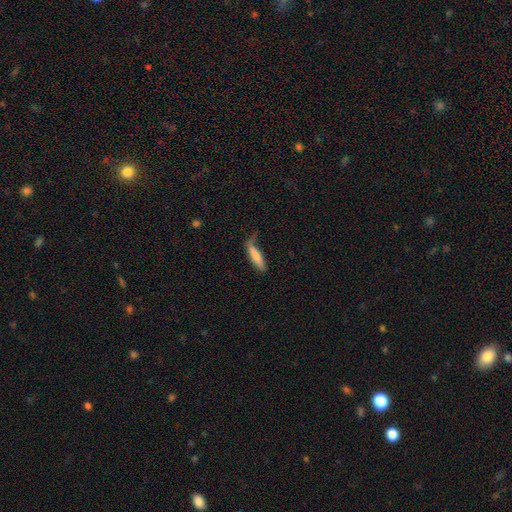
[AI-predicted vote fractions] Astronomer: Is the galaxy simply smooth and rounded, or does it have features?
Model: smooth — 74%.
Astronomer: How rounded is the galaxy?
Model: cigar-shaped — 77%.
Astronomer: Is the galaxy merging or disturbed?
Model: none — 50% (runner-up: minor disturbance, 31%).